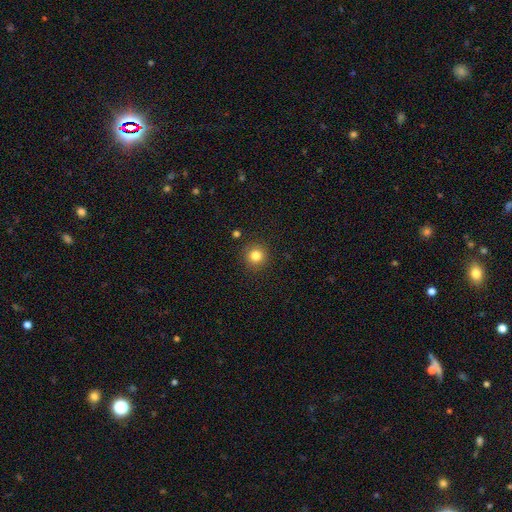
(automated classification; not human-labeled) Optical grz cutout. It shows a smooth galaxy with no disk features (83%) that is round (94%). Merging: none (91%).